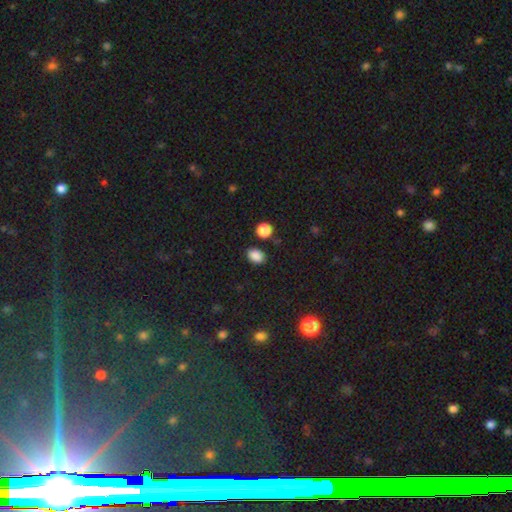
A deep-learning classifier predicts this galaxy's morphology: Smooth or featured: smooth — 86% (star or artifact — 11%)
How rounded: in between — 69% (round — 30%)
Merging: none — 83% (minor disturbance — 10%)